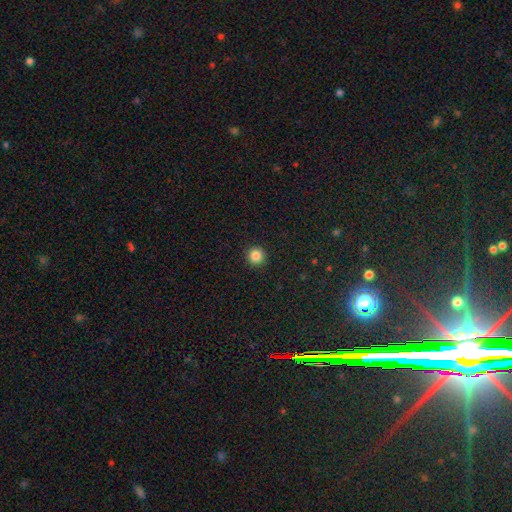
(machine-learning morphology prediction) Smooth or featured? smooth (85%)
How rounded? round (95%)
Merging? none (93%)